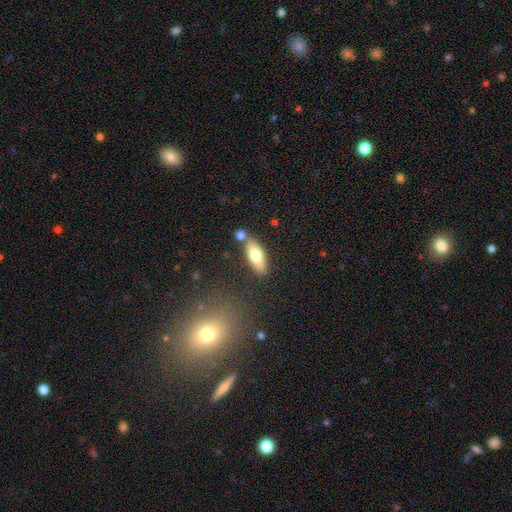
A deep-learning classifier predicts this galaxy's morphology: smooth-or-featured: smooth: 72% | featured or disk: 22% | star or artifact: 6%
  how-rounded: in between: 70% | cigar-shaped: 27% | round: 3%
  merging: none: 75% | minor disturbance: 11% | merger: 11% | major disturbance: 3%